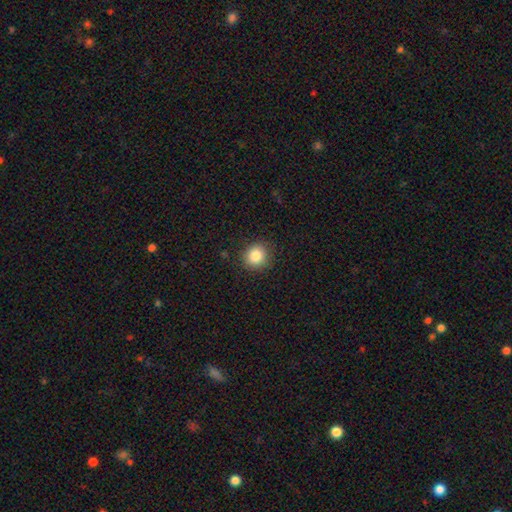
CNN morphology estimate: type=smooth (85%); roundness=round (86%); merging=none (89%).